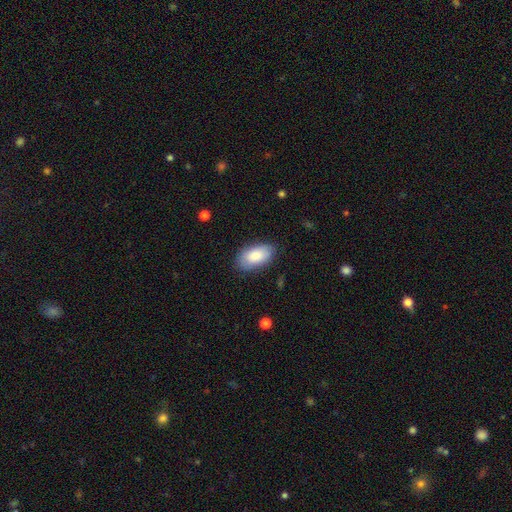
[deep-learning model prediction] Smooth or featured: smooth — 84% (featured or disk — 10%)
How rounded: in between — 95% (round — 3%)
Merging: none — 82% (minor disturbance — 14%)